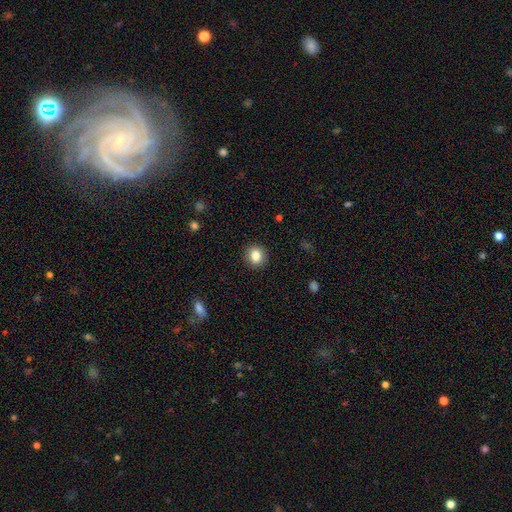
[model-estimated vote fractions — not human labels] Overall: smooth (84%). How rounded: round (82%). Merging: none (91%).